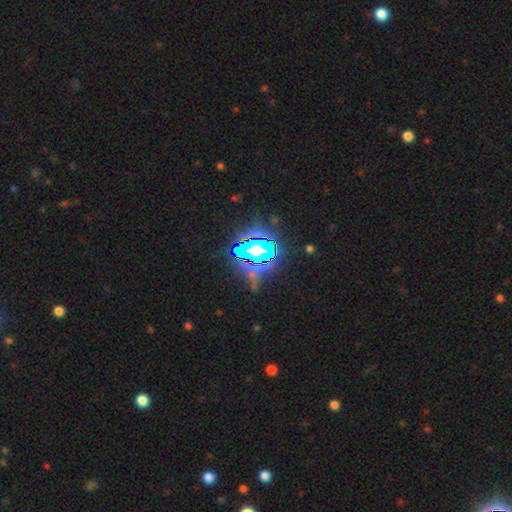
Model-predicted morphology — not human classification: smooth_or_featured: star or artifact (p=0.82) [alt: smooth p=0.10]